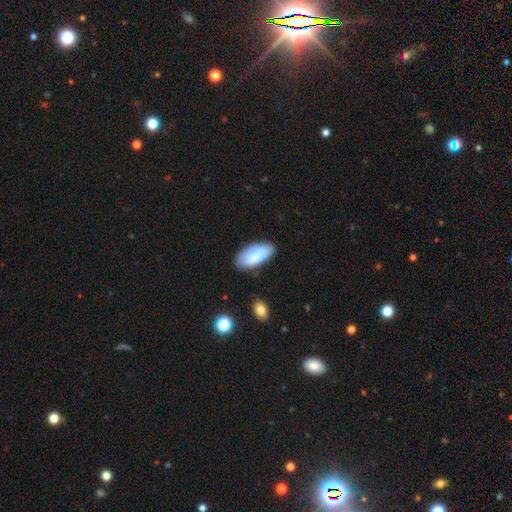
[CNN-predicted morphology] smooth 78%, featured or disk 15%, star or artifact 7%. Down the decision tree: how rounded — in between (93%); merging — none (68%).